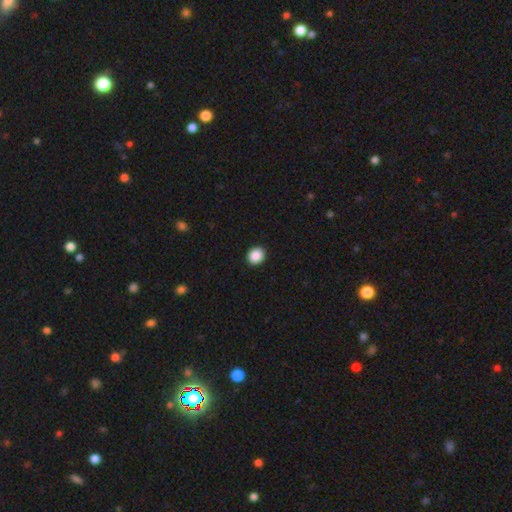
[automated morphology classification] smooth-or-featured: smooth: 89% | star or artifact: 9% | featured or disk: 3%
  how-rounded: round: 76% | in between: 24% | cigar-shaped: 1%
  merging: none: 92% | minor disturbance: 5% | major disturbance: 2% | merger: 1%